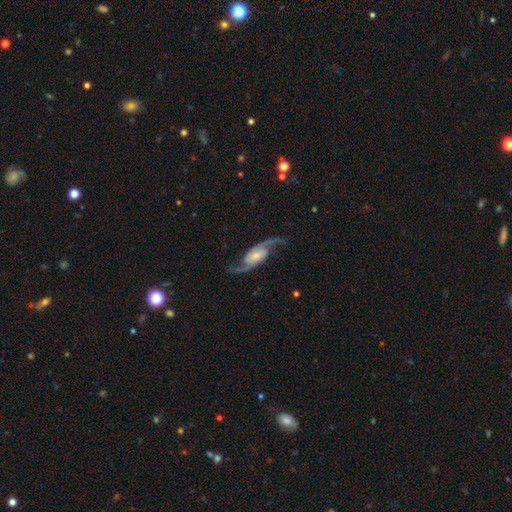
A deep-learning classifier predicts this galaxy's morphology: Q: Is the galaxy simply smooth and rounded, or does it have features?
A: featured or disk — 91%.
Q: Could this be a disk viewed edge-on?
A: no — 96%.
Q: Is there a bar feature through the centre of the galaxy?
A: weak — 40%.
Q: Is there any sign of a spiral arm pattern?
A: yes — 98%.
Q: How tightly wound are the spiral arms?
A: loose — 60%.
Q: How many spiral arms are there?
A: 2 — 94%.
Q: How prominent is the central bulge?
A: small — 43%.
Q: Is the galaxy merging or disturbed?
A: none — 79%.